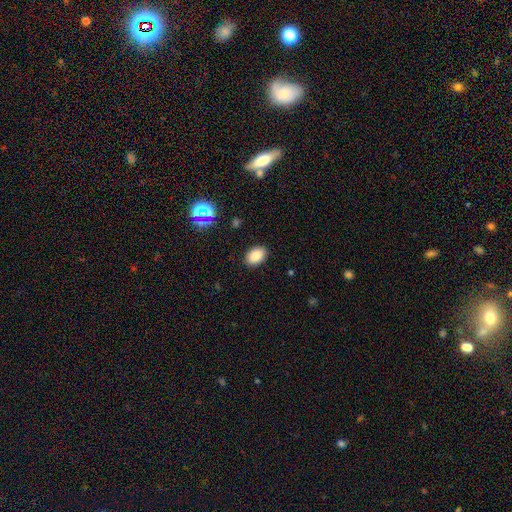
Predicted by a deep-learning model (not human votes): Morphology: type=smooth (84%); roundness=in between (84%); merging=none (88%).